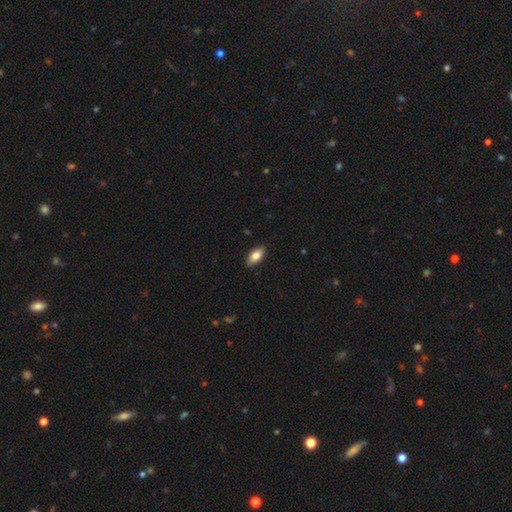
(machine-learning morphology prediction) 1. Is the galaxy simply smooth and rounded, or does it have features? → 82% smooth, 12% featured or disk, 7% star or artifact.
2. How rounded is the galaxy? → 89% in between, 8% cigar-shaped, 3% round.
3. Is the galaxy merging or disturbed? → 87% none, 10% minor disturbance, 2% major disturbance, 1% merger.